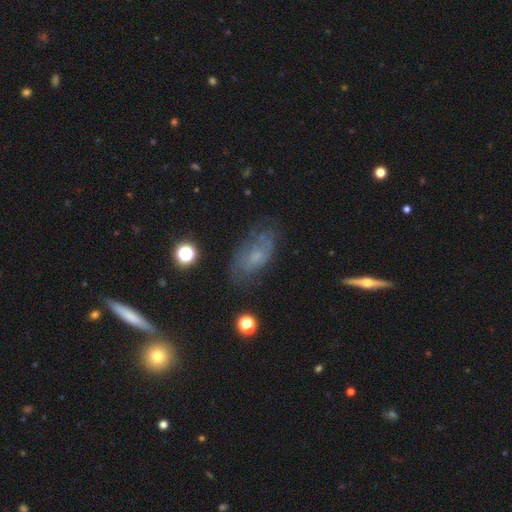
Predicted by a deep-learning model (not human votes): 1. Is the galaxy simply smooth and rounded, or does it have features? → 45% smooth, 44% featured or disk, 12% star or artifact.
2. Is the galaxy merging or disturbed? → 62% none, 24% minor disturbance, 11% major disturbance, 2% merger.